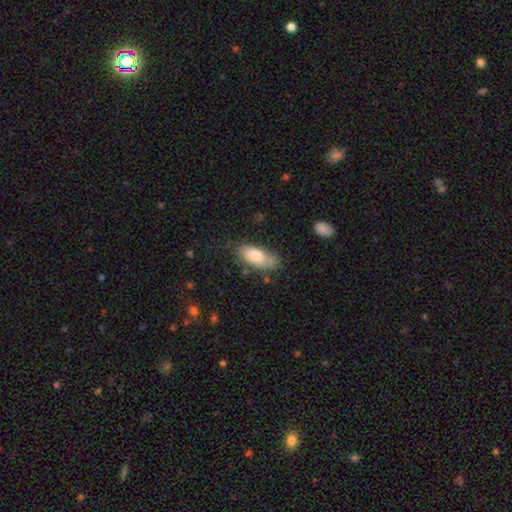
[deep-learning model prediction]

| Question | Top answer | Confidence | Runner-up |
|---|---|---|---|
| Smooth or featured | smooth | 71% | featured or disk (22%) |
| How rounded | in between | 85% | cigar-shaped (13%) |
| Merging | none | 61% | minor disturbance (26%) |